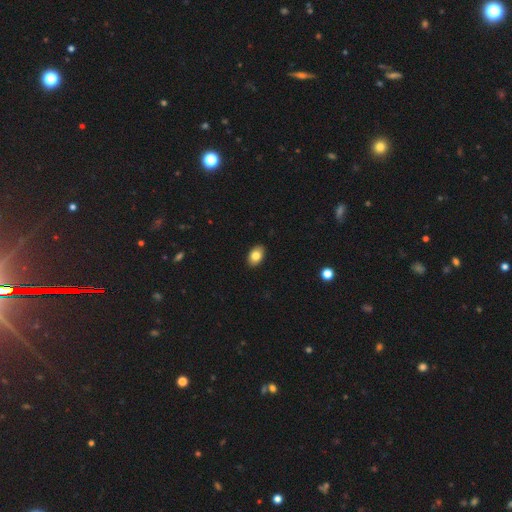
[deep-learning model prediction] Morphology: type=smooth (83%); roundness=in between (88%); merging=none (90%).